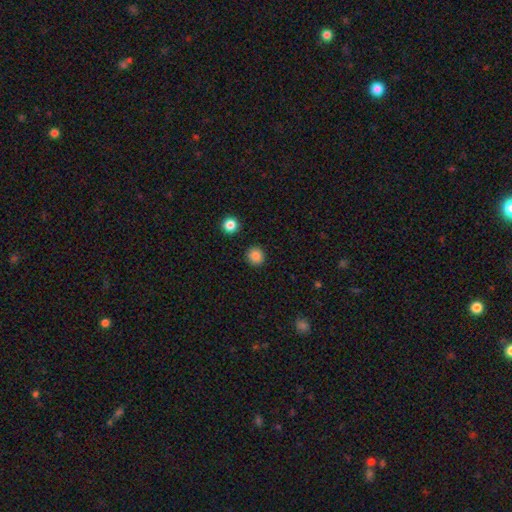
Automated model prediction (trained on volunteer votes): Smooth or featured? Predicted: smooth (p=0.86). How rounded? Predicted: round (p=0.93). Merging? Predicted: none (p=0.92).